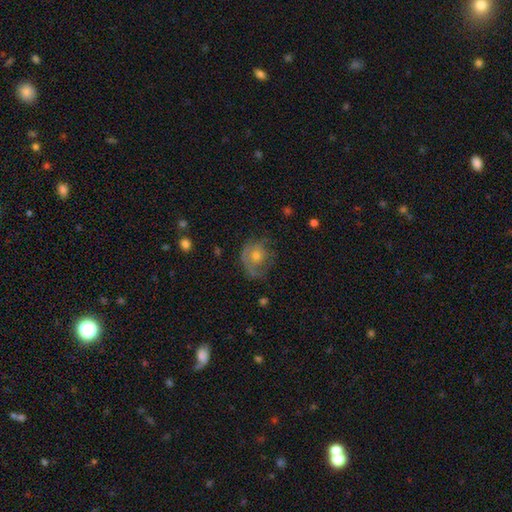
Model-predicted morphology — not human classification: Q: Smooth or featured?
A: featured or disk (56%); runner-up: smooth (33%)
Q: Edge-on disk?
A: no (96%); runner-up: yes (4%)
Q: Bar?
A: no (84%); runner-up: weak (13%)
Q: Spiral arms?
A: yes (65%); runner-up: no (35%)
Q: Bulge size?
A: moderate (56%); runner-up: small (37%)
Q: Merging?
A: none (56%); runner-up: minor disturbance (23%)